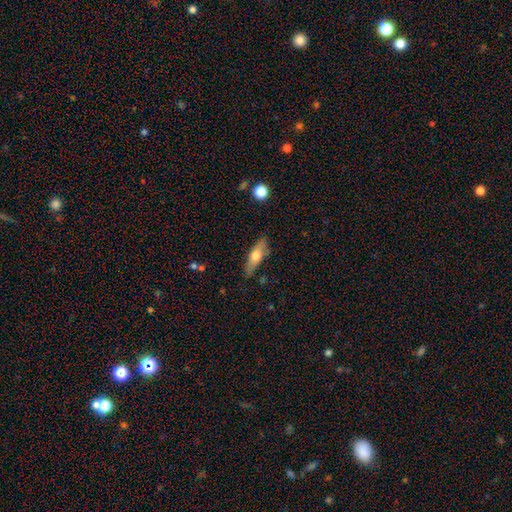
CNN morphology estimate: A smooth galaxy with no disk features (60%) that is cigar-shaped (53%). Merging: none (79%).